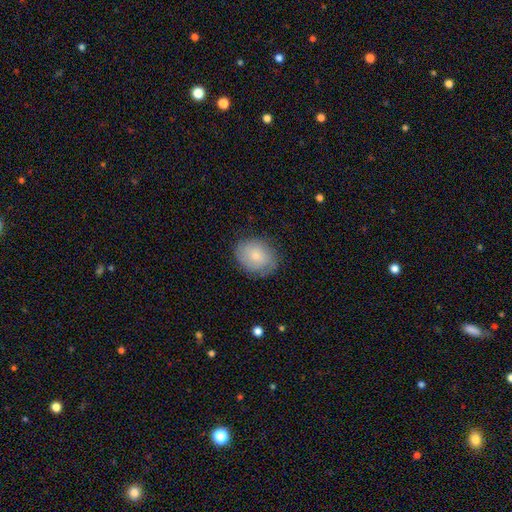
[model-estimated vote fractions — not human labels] A smooth galaxy with no disk features (67%) that is in between round and cigar-shaped (51%). Merging: none (75%).